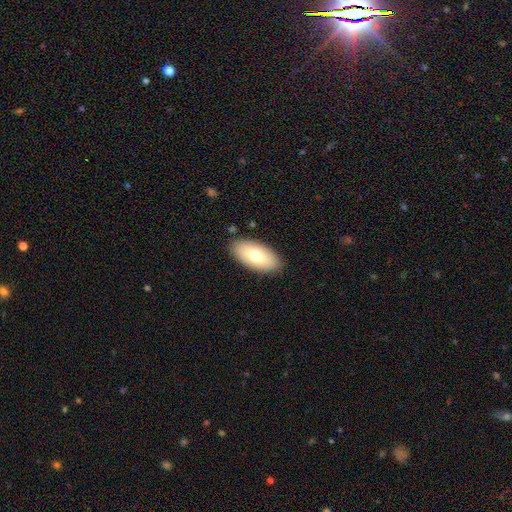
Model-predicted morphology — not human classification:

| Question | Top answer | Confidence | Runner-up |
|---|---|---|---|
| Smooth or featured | smooth | 70% | featured or disk (23%) |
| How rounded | in between | 92% | cigar-shaped (5%) |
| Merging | none | 87% | minor disturbance (9%) |